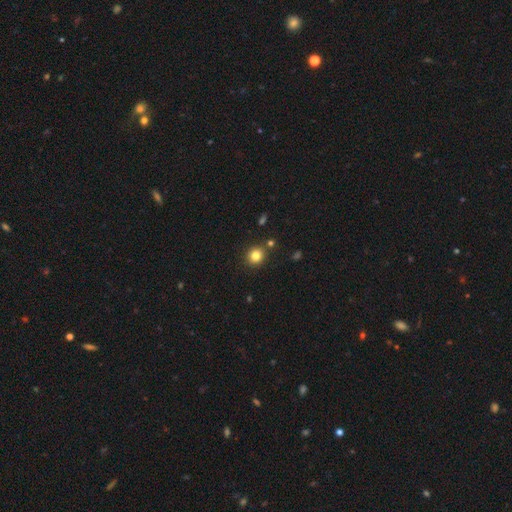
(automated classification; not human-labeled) Smooth or featured? Predicted: smooth (p=0.81). How rounded? Predicted: round (p=0.86). Merging? Predicted: none (p=0.85).